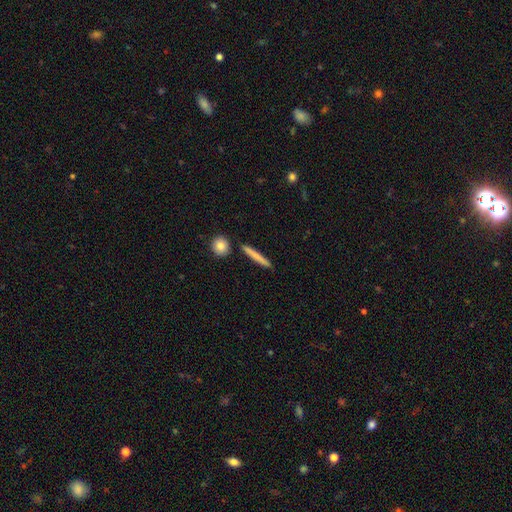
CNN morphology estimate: Smooth or featured?
  - smooth: 74% *
  - featured or disk: 21%
  - star or artifact: 6%
How rounded?
  - cigar-shaped: 94% *
  - in between: 4%
  - round: 2%
Merging?
  - none: 89% *
  - minor disturbance: 6%
  - merger: 3%
  - major disturbance: 2%